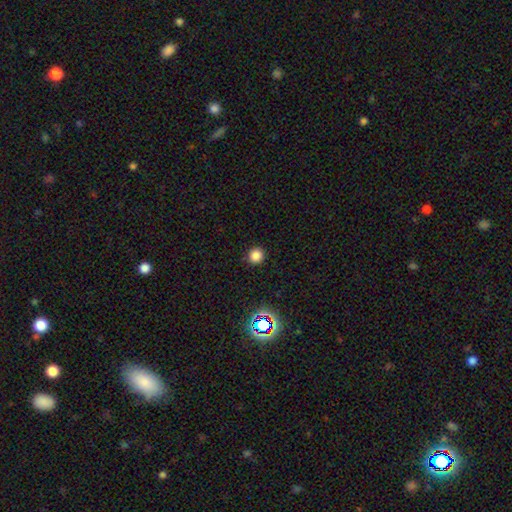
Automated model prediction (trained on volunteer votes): Smooth or featured: smooth — 81% (star or artifact — 16%)
How rounded: round — 92% (in between — 7%)
Merging: none — 89% (minor disturbance — 7%)